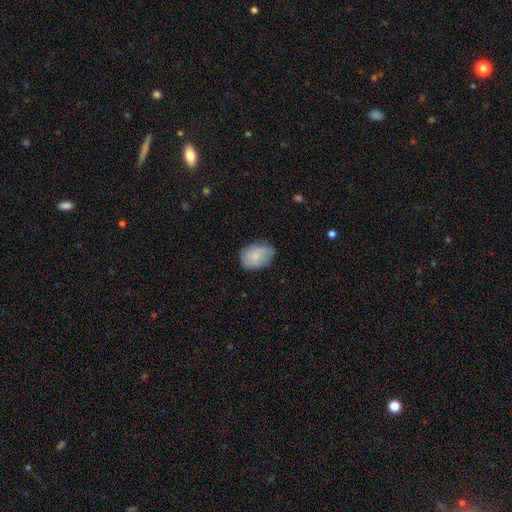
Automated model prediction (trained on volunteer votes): This is likely a smooth galaxy (72%). How rounded: clearly in between (81%). Merging: likely none (68%).